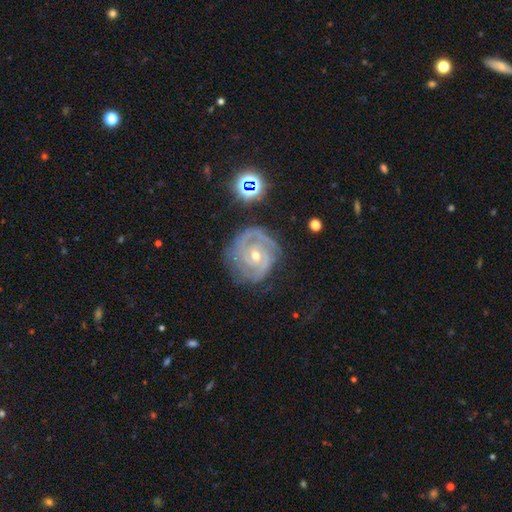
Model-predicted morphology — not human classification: Smooth or featured: featured or disk — 87% (star or artifact — 7%)
Edge-on disk: no — 97% (yes — 3%)
Bar: no — 63% (weak — 29%)
Spiral arms: yes — 97% (no — 3%)
Spiral winding: tight — 72% (medium — 24%)
Spiral arm count: 2 — 40% (3 — 26%)
Bulge size: moderate — 49% (tied with small — 49%)
Merging: none — 72% (minor disturbance — 18%)